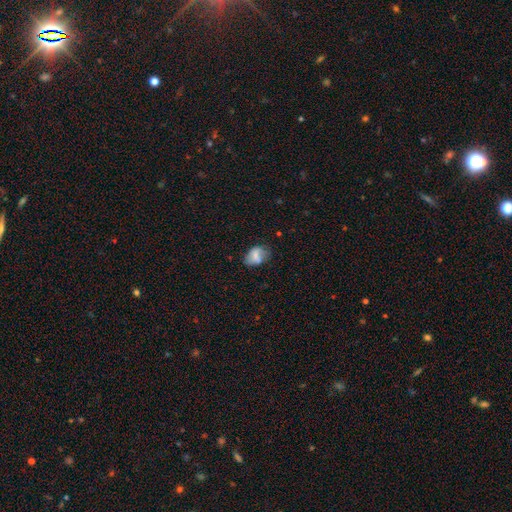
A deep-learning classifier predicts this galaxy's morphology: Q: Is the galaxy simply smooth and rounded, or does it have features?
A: smooth — 66%.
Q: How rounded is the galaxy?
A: in between — 78%.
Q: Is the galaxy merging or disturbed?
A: none — 54%.